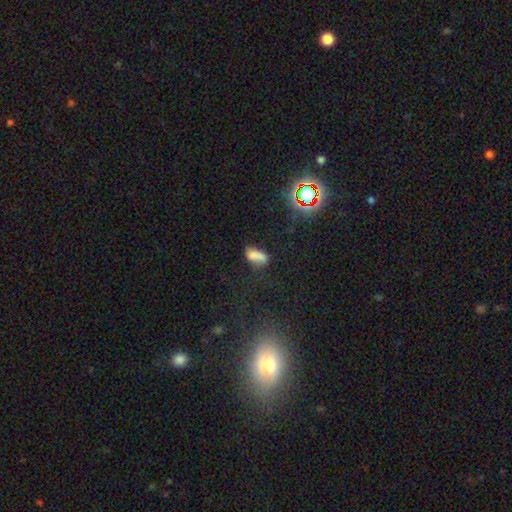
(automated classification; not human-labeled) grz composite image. It shows a smooth galaxy with no disk features (71%) that is in between round and cigar-shaped (80%). Merging: none (49%).